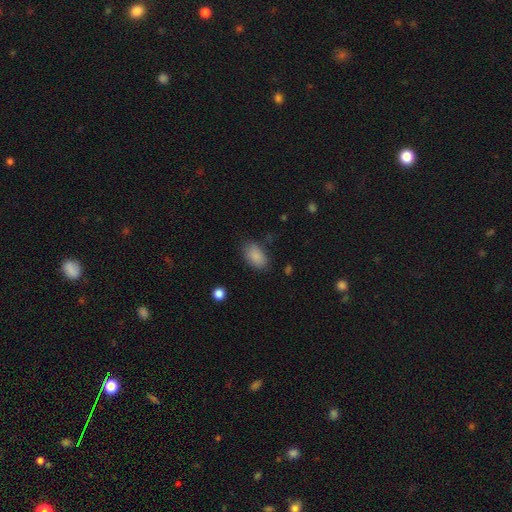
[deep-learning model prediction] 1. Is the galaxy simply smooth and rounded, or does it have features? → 87% smooth, 8% star or artifact, 5% featured or disk.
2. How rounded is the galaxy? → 91% in between, 7% round, 2% cigar-shaped.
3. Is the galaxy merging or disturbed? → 77% none, 16% minor disturbance, 5% major disturbance, 2% merger.